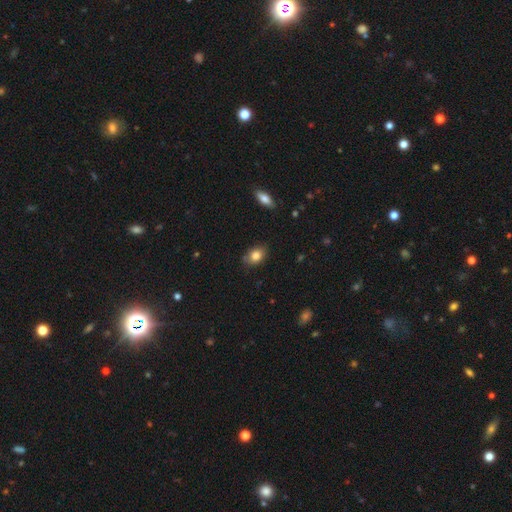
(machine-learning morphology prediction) This appears to be a smooth galaxy with no disk features (83%) that is in between round and cigar-shaped (76%). Merging: none (78%).